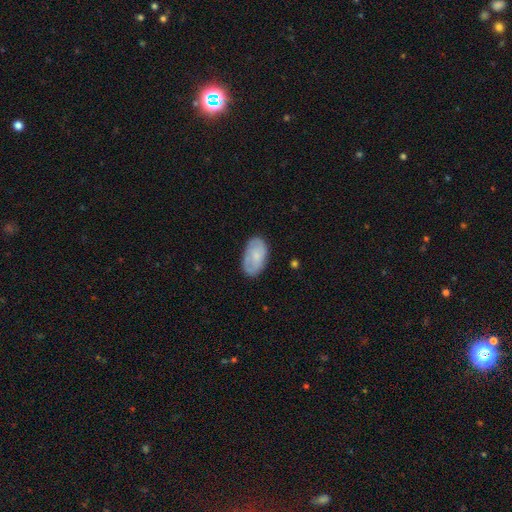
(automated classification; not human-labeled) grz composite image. It shows a smooth galaxy with no disk features (60%) that is in between round and cigar-shaped (93%). Merging: none (74%).